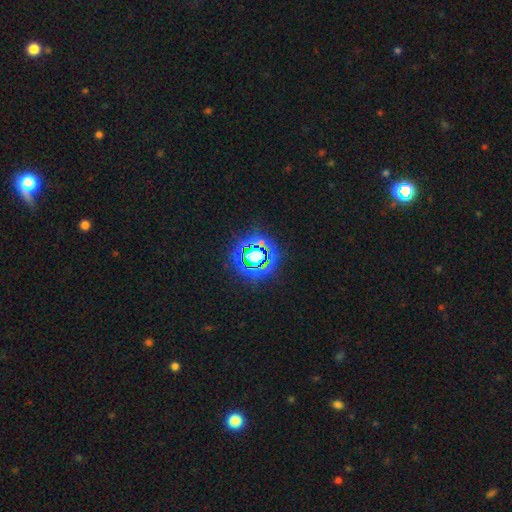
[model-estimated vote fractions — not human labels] Smooth or featured? Predicted: star or artifact (p=0.71).